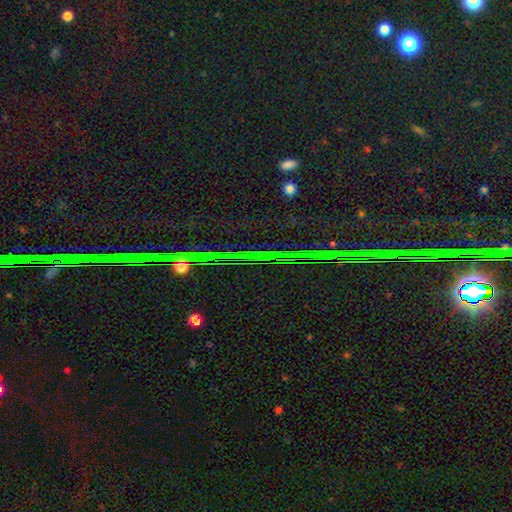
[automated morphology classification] smooth-or-featured: star or artifact: 86% | featured or disk: 8% | smooth: 6%